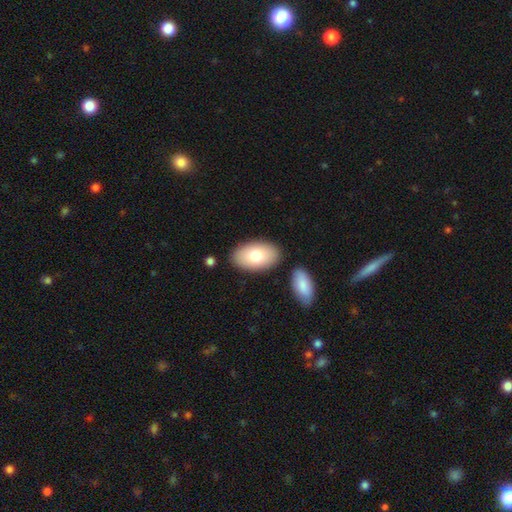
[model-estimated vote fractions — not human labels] Q: Smooth or featured?
A: smooth (78%); runner-up: featured or disk (16%)
Q: How rounded?
A: in between (94%); runner-up: round (4%)
Q: Merging?
A: none (82%); runner-up: minor disturbance (10%)